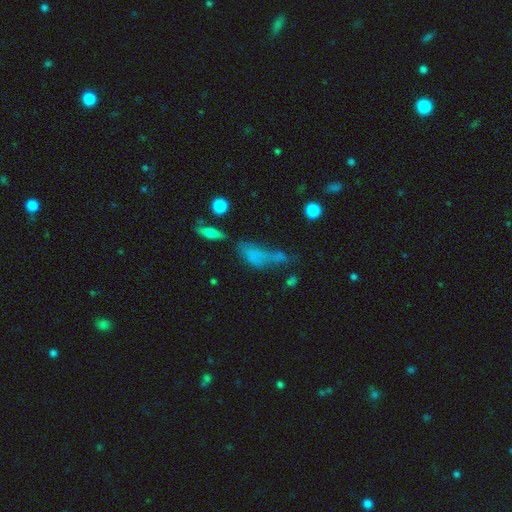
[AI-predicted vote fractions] smooth 59%, featured or disk 24%, star or artifact 17%. Down the decision tree: how rounded — in between (63%); merging — major disturbance (31%).